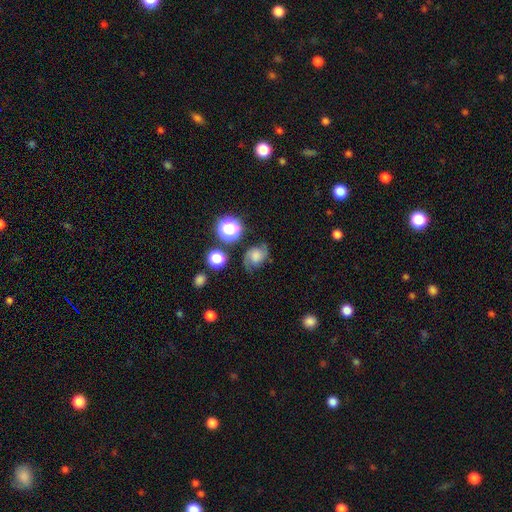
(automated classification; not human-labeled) A featured or disk galaxy (57%) with no bar (66%), 2 (84%) medium (48%) spiral arms (92%) and a moderate central bulge (29%). Merging: none (68%).